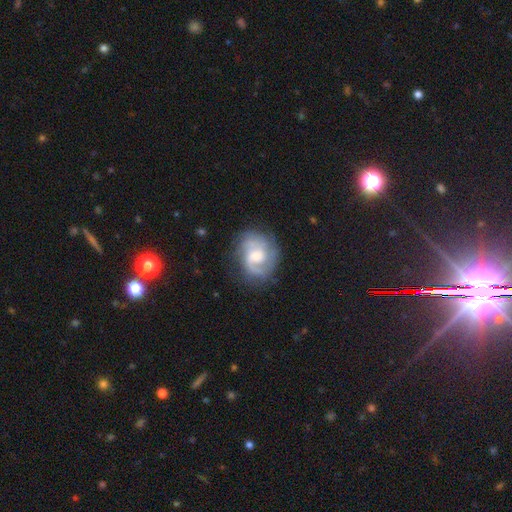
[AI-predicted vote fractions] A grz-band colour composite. It shows a featured or disk galaxy (81%) with no bar (51%), 2 (56%) medium (44%) spiral arms (95%) and a moderate central bulge (54%). Merging: none (71%).